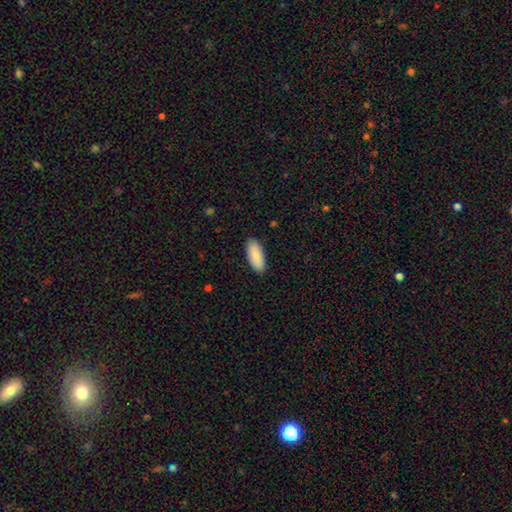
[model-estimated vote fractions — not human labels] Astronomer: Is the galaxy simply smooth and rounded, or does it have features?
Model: smooth — 88%.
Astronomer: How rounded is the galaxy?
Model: in between — 86%.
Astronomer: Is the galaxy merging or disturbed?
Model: none — 88%.